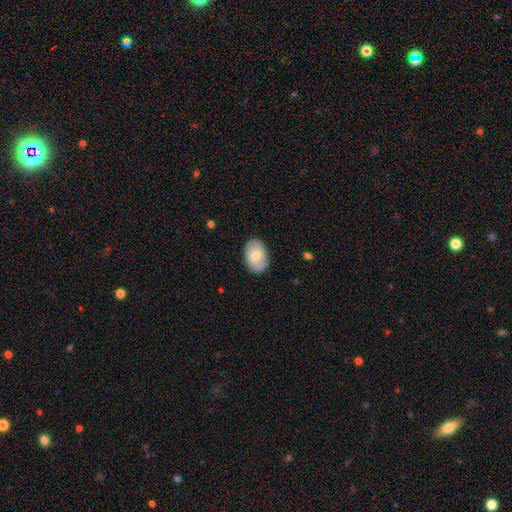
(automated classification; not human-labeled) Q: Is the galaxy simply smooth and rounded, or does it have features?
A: smooth — 74%.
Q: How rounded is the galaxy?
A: in between — 87%.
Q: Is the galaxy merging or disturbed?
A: none — 84%.